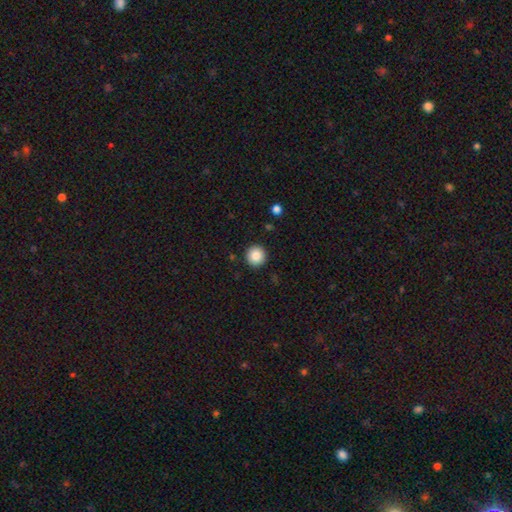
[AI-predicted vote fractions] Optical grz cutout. It shows a smooth galaxy with no disk features (85%) that is round (96%). Merging: none (92%).